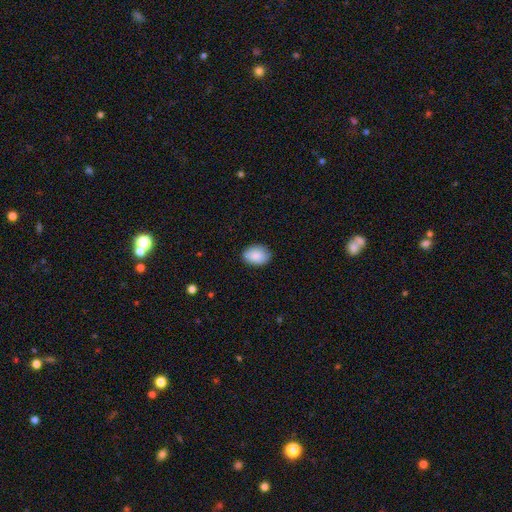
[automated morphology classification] This is clearly a smooth galaxy (88%). How rounded: clearly in between (80%). Merging: clearly none (86%).